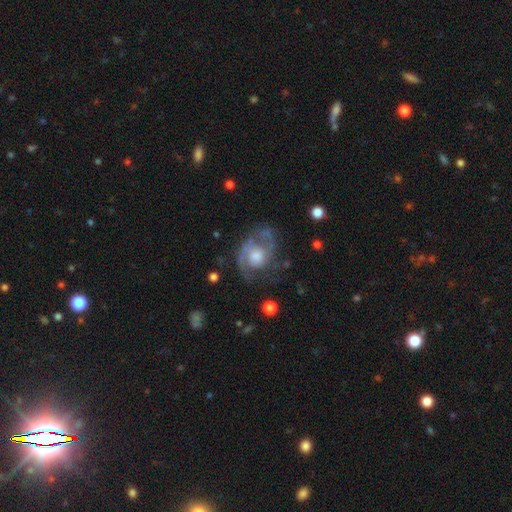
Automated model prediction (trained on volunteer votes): featured or disk 76%, smooth 17%, star or artifact 7%. Down the decision tree: edge-on disk — no (97%); bar — no (77%); spiral arms — yes (86%); spiral arm count — 2 (57%); spiral winding — medium (45%); bulge size — moderate (47%); merging — none (58%).